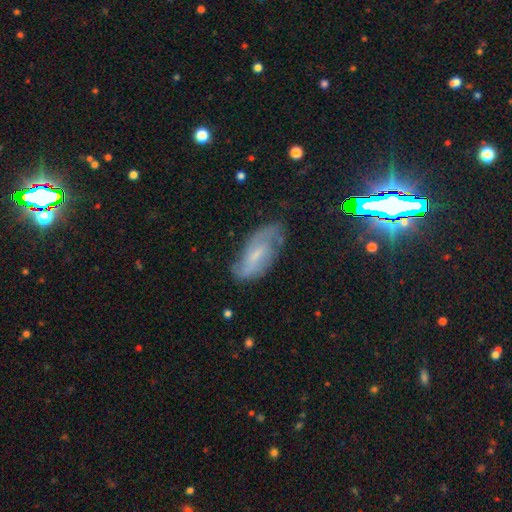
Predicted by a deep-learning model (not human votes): This is possibly a featured or disk galaxy (56%). It is clearly not viewed edge-on (90%). Bar: possibly weak (45%). Spiral arm pattern: clearly yes (83%). Central bulge: possibly small (54%). Merging: likely none (62%).